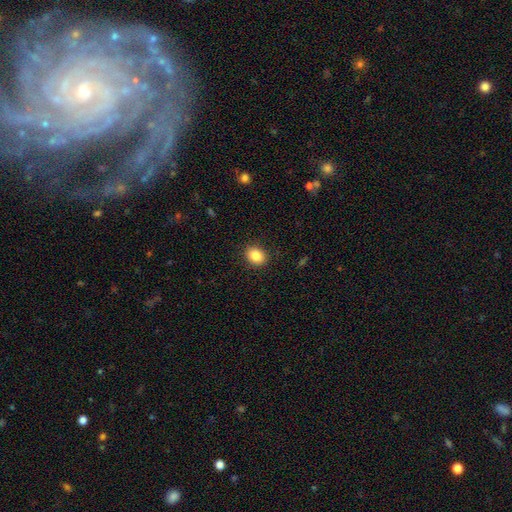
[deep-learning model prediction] smooth_or_featured: smooth (p=0.86) [alt: star or artifact p=0.09]
how_rounded: round (p=0.51) [alt: in between p=0.48]
merging: none (p=0.89) [alt: minor disturbance p=0.07]